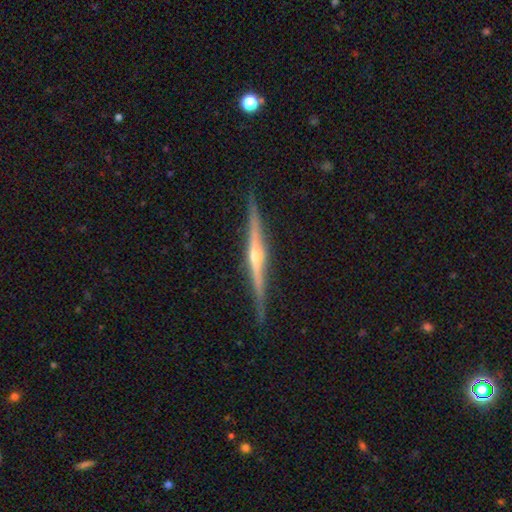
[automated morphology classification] The model was most divided on "smooth or featured": featured or disk: 86%, smooth: 9%, star or artifact: 5%. More confident: edge-on disk — yes (98%); merging — none (90%); edge-on bulge — rounded (87%).